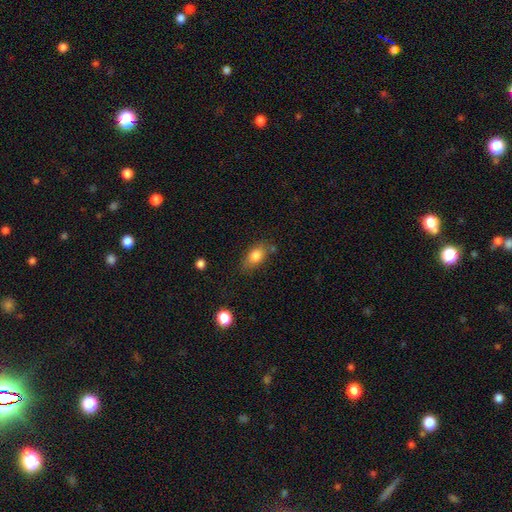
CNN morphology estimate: Q: Smooth or featured?
A: smooth (82%); runner-up: featured or disk (10%)
Q: How rounded?
A: in between (85%); runner-up: round (10%)
Q: Merging?
A: none (71%); runner-up: minor disturbance (19%)